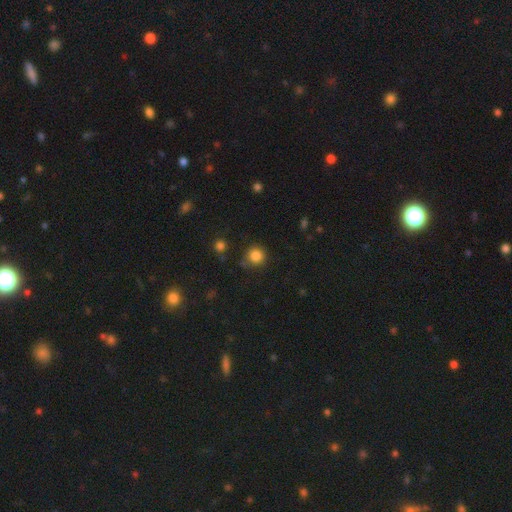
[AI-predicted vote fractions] A smooth galaxy with no disk features (84%) that is round (94%). Merging: none (82%).